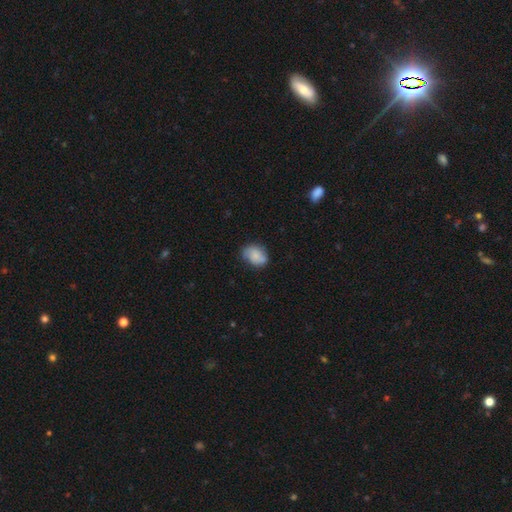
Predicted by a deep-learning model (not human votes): Smooth or featured? smooth (72%)
How rounded? in between (70%)
Merging? none (69%)